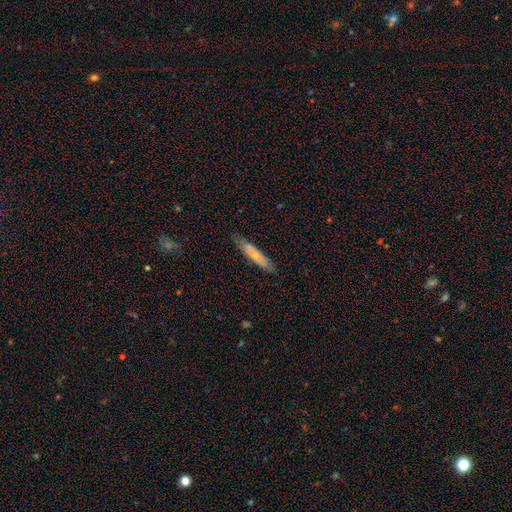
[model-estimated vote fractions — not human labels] This is possibly a smooth galaxy (58%). How rounded: clearly cigar-shaped (82%). Merging: likely none (75%).